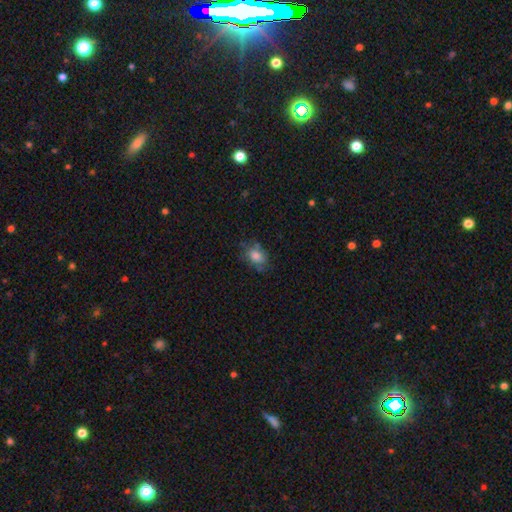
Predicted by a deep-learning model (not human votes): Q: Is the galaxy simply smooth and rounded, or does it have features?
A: smooth — 74%.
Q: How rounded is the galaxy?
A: in between — 68%.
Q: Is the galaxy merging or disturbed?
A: none — 62%.